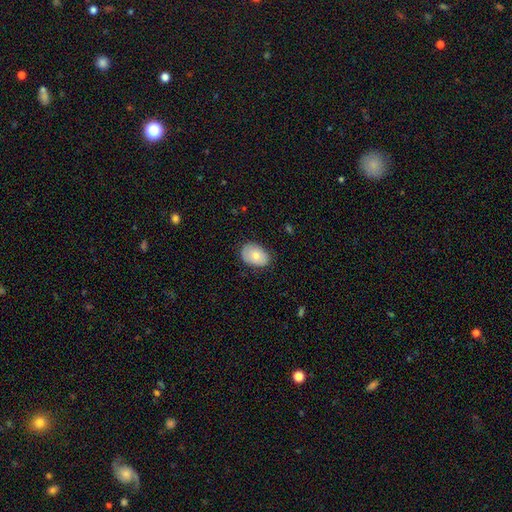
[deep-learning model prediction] Smooth or featured? Predicted: smooth (p=0.75). How rounded? Predicted: in between (p=0.82). Merging? Predicted: none (p=0.79).